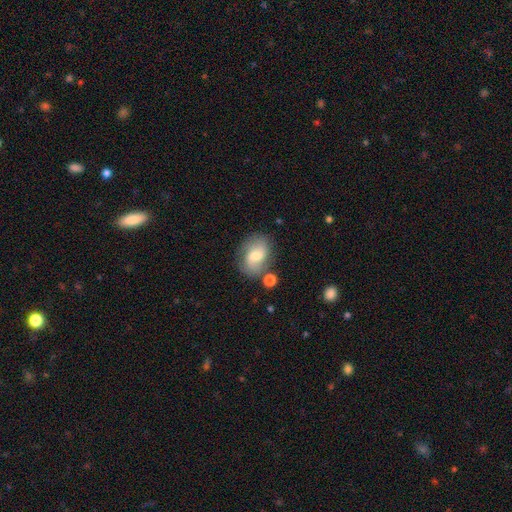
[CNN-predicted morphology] smooth_or_featured: featured or disk (p=0.48) [alt: smooth p=0.44]
merging: none (p=0.66) [alt: minor disturbance p=0.19]